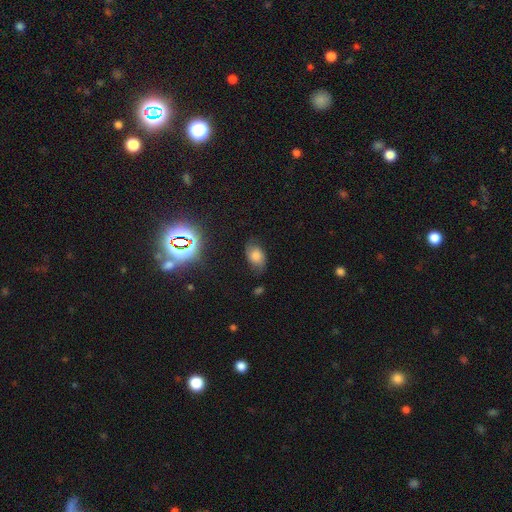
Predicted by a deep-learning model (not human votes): Smooth or featured?
  - smooth: 51% *
  - featured or disk: 32%
  - star or artifact: 17%
How rounded?
  - in between: 82% *
  - round: 16%
  - cigar-shaped: 2%
Merging?
  - none: 67% *
  - minor disturbance: 23%
  - major disturbance: 8%
  - merger: 2%